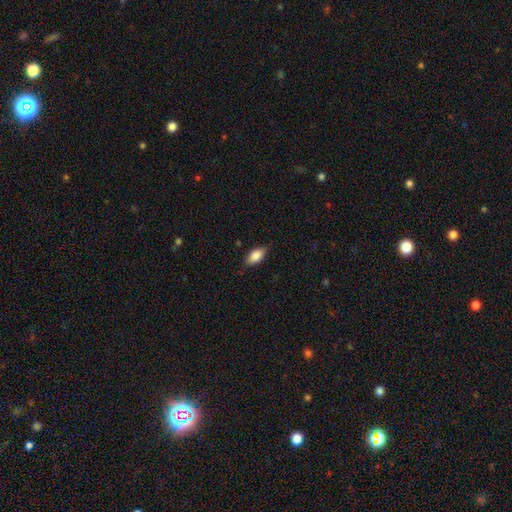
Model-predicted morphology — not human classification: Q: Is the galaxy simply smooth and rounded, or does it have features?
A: smooth — 84%.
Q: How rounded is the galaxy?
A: in between — 90%.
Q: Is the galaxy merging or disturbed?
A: none — 83%.